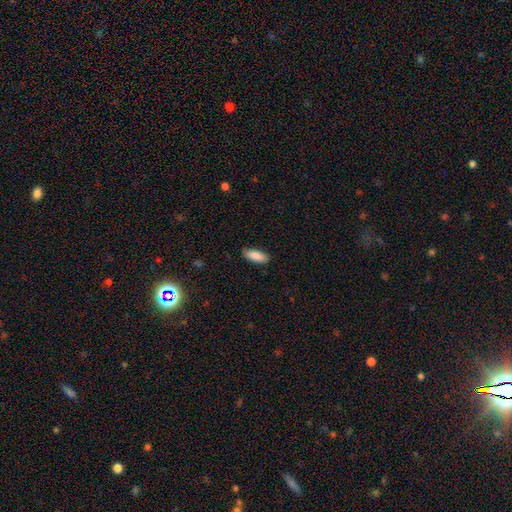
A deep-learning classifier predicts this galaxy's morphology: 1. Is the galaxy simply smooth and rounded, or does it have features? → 88% smooth, 6% star or artifact, 6% featured or disk.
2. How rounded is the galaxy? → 78% in between, 21% cigar-shaped, 2% round.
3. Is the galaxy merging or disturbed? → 85% none, 11% minor disturbance, 2% major disturbance, 1% merger.